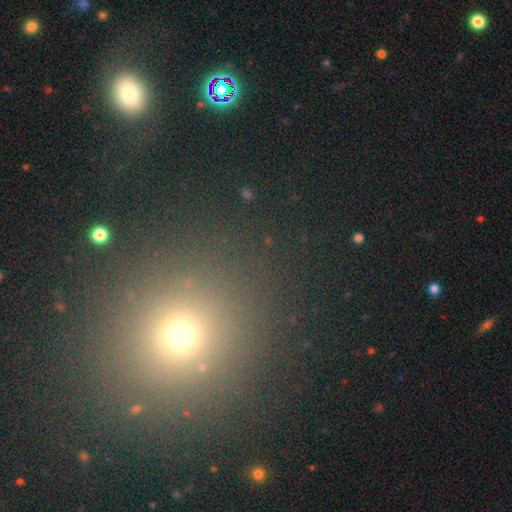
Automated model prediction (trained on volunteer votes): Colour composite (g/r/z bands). It shows a smooth galaxy with no disk features (57%) that is round (85%). Merging: none (87%).